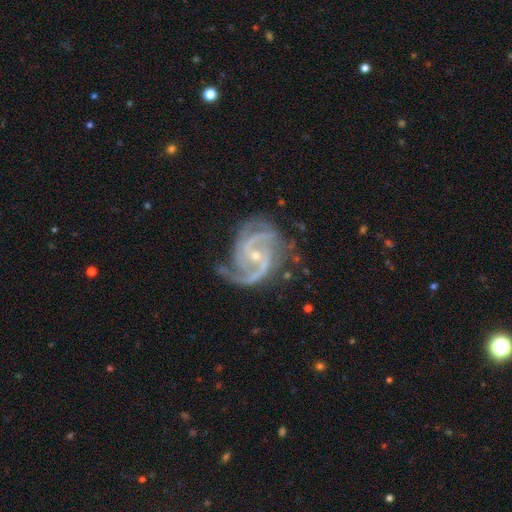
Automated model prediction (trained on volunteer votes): Smooth or featured: featured or disk — 93% (star or artifact — 5%)
Edge-on disk: no — 98% (yes — 2%)
Bar: no — 50% (weak — 36%)
Spiral arms: yes — 99% (no — 1%)
Spiral winding: medium — 57% (tight — 31%)
Spiral arm count: 2 — 56% (3 — 25%)
Bulge size: small — 71% (moderate — 27%)
Merging: none — 66% (minor disturbance — 22%)